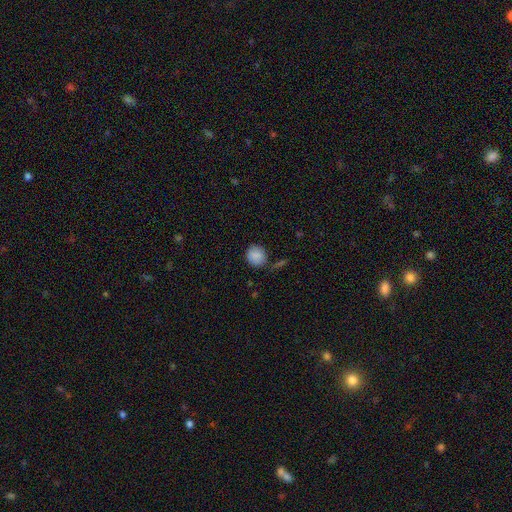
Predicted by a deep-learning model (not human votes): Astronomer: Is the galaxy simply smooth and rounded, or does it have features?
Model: smooth — 87%.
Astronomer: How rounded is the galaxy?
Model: round — 81%.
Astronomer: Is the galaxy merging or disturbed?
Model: none — 72%.